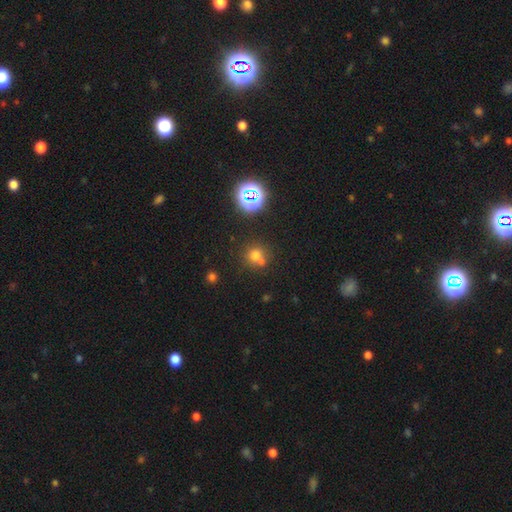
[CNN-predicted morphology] Smooth or featured: smooth — 61% (star or artifact — 27%)
How rounded: round — 87% (in between — 12%)
Merging: none — 58% (merger — 29%)